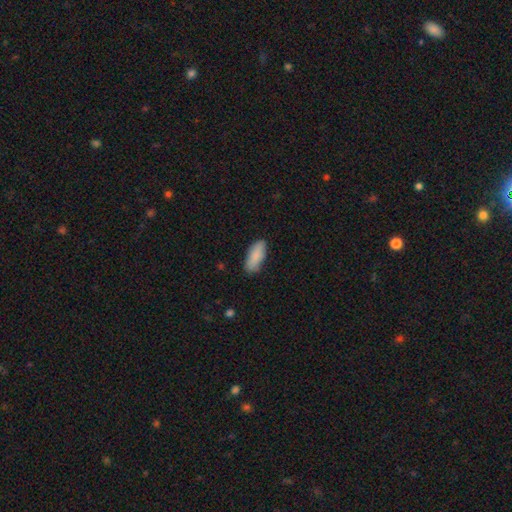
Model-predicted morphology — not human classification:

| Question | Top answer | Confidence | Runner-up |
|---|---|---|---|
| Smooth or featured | smooth | 88% | featured or disk (6%) |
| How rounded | in between | 80% | cigar-shaped (18%) |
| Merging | none | 83% | minor disturbance (13%) |